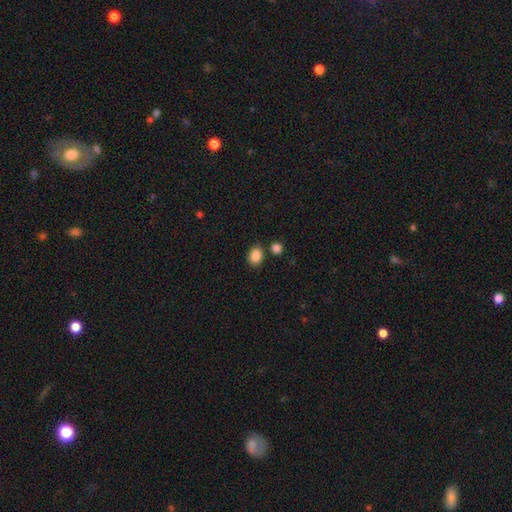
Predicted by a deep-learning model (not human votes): Smooth or featured: smooth — 86% (star or artifact — 9%)
How rounded: in between — 59% (round — 40%)
Merging: none — 76% (minor disturbance — 11%)